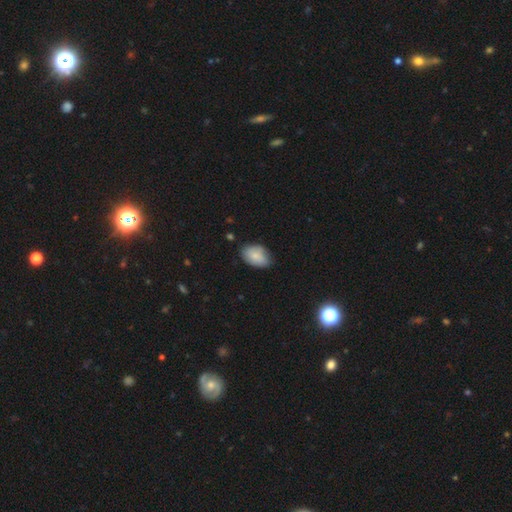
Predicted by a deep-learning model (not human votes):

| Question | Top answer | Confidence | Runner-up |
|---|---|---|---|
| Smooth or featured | smooth | 83% | featured or disk (11%) |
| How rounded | in between | 90% | round (9%) |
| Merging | none | 73% | minor disturbance (22%) |